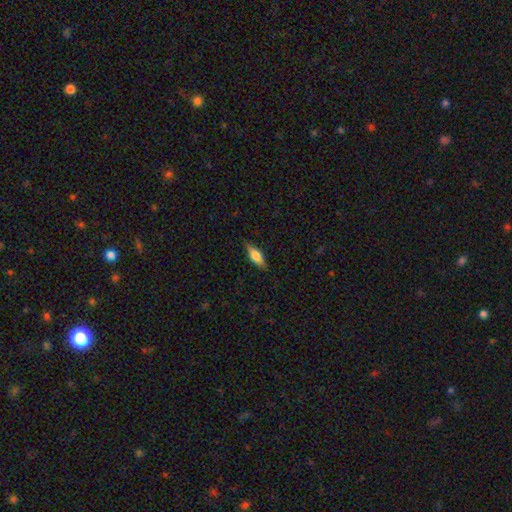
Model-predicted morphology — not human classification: Smooth or featured?
  - smooth: 54% *
  - featured or disk: 39%
  - star or artifact: 7%
How rounded?
  - in between: 68% *
  - cigar-shaped: 29%
  - round: 4%
Merging?
  - none: 82% *
  - minor disturbance: 14%
  - major disturbance: 3%
  - merger: 1%